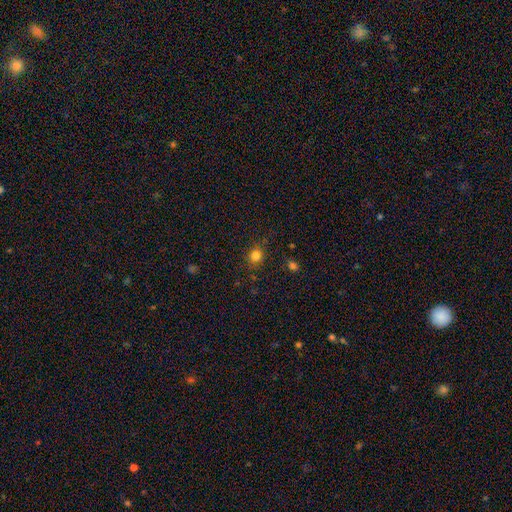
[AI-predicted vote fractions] Smooth or featured?
  - smooth: 81% *
  - star or artifact: 14%
  - featured or disk: 5%
How rounded?
  - round: 80% *
  - in between: 19%
  - cigar-shaped: 1%
Merging?
  - none: 84% *
  - minor disturbance: 11%
  - major disturbance: 3%
  - merger: 2%